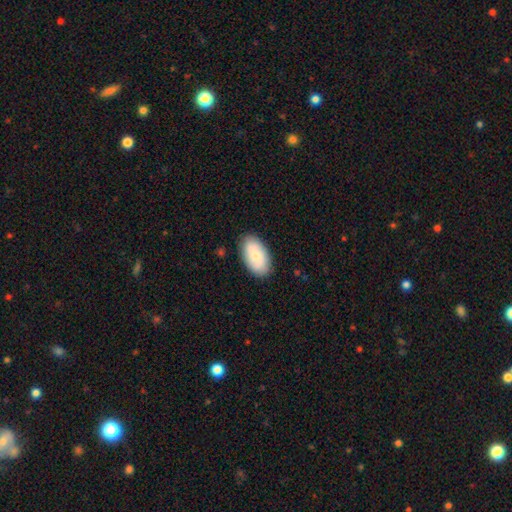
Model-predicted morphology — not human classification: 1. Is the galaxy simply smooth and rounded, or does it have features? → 73% smooth, 21% featured or disk, 6% star or artifact.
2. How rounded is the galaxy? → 94% in between, 4% round, 2% cigar-shaped.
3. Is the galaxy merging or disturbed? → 84% none, 12% minor disturbance, 3% major disturbance, 1% merger.